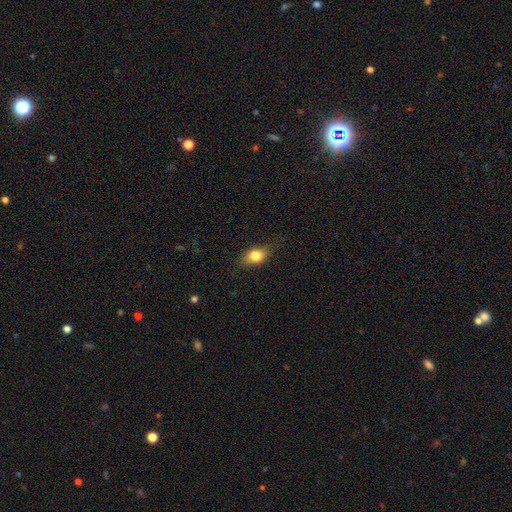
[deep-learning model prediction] smooth_or_featured: smooth (p=0.77) [alt: featured or disk p=0.14]
how_rounded: in between (p=0.75) [alt: round p=0.19]
merging: none (p=0.71) [alt: minor disturbance p=0.22]